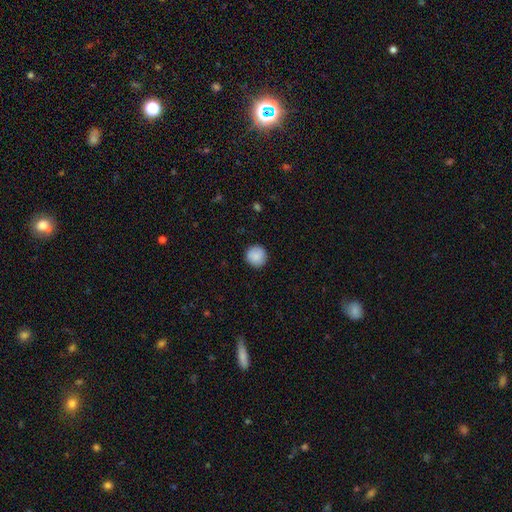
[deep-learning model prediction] The model was most divided on "smooth or featured": smooth: 89%, star or artifact: 7%, featured or disk: 4%. More confident: how rounded — round (95%); merging — none (91%).